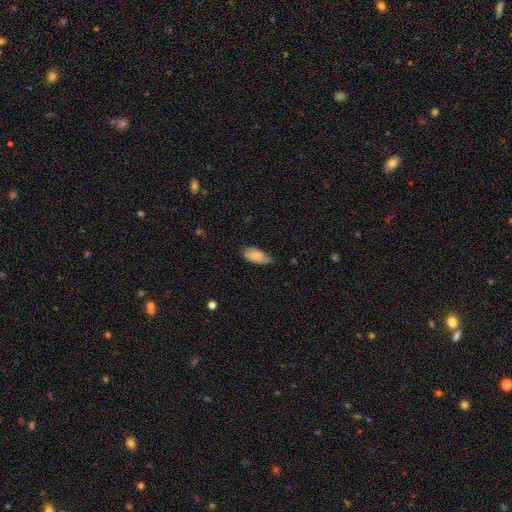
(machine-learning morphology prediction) This appears to be a smooth galaxy with no disk features (80%) that is in between round and cigar-shaped (90%). Merging: none (56%).